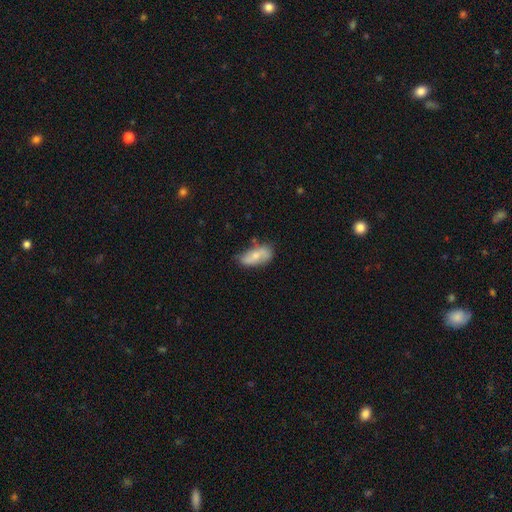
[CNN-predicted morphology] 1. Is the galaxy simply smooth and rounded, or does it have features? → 57% smooth, 36% featured or disk, 7% star or artifact.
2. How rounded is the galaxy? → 87% in between, 9% cigar-shaped, 4% round.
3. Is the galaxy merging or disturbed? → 59% none, 30% minor disturbance, 7% major disturbance, 4% merger.